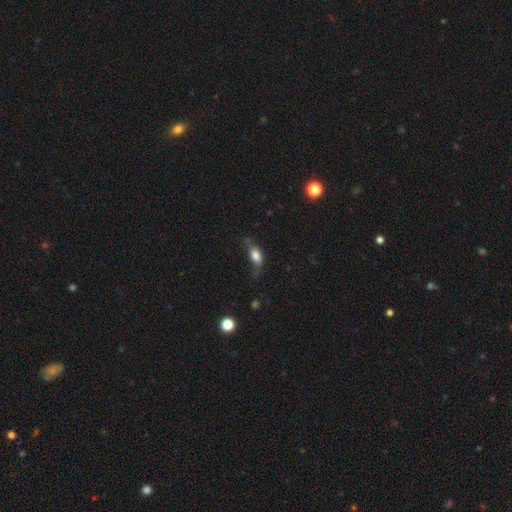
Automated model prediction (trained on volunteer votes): Morphology: type=smooth (74%); roundness=in between (80%); merging=none (43%).